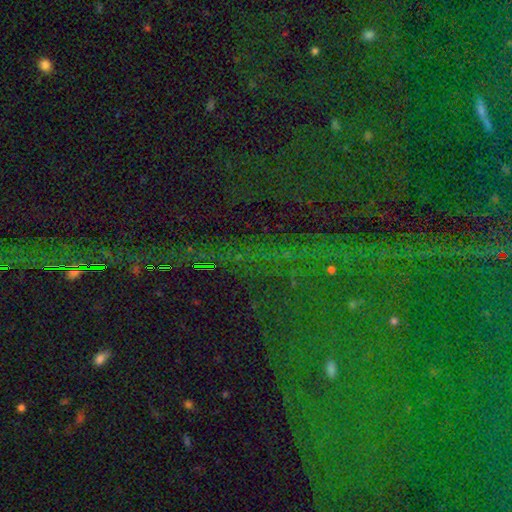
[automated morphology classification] smooth_or_featured: star or artifact (p=0.84) [alt: smooth p=0.08]